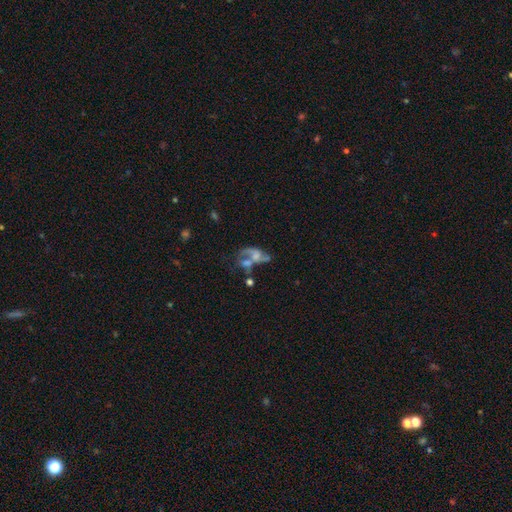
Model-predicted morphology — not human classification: smooth-or-featured: featured or disk: 58% | smooth: 29% | star or artifact: 13%
  disk-edge-on: no: 96% | yes: 4%
    bar: no: 74% | weak: 21% | strong: 5%
    has-spiral-arms: yes: 54% | no: 46%
    bulge-size: none: 36% | moderate: 28% | small: 25% | large: 9% | dominant: 2%
  merging: merger: 42% | major disturbance: 26% | none: 20% | minor disturbance: 12%